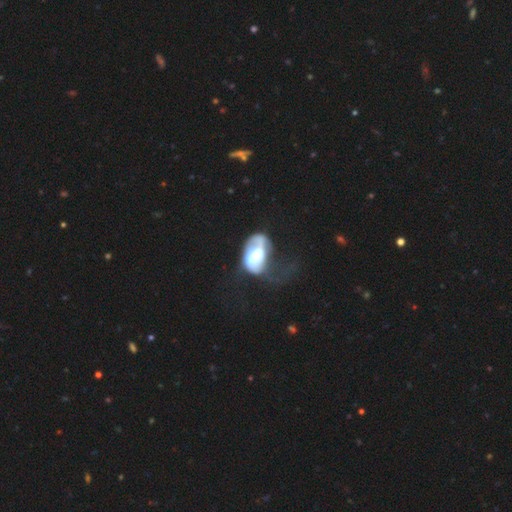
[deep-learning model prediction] This appears to be a featured or disk galaxy (50%). Merging: major disturbance (54%).